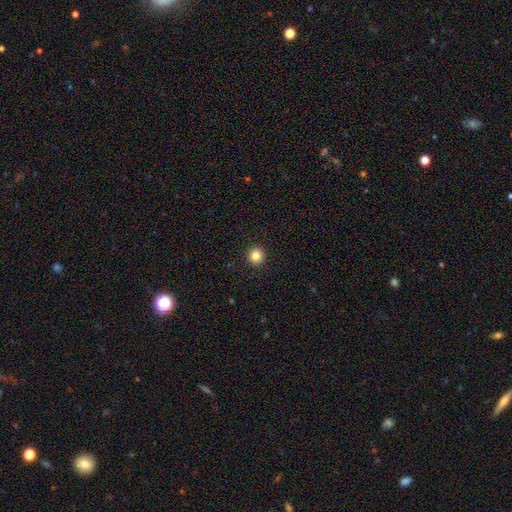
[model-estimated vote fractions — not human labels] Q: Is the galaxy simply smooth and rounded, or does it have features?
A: smooth — 84%.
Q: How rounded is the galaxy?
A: round — 95%.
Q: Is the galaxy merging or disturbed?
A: none — 94%.